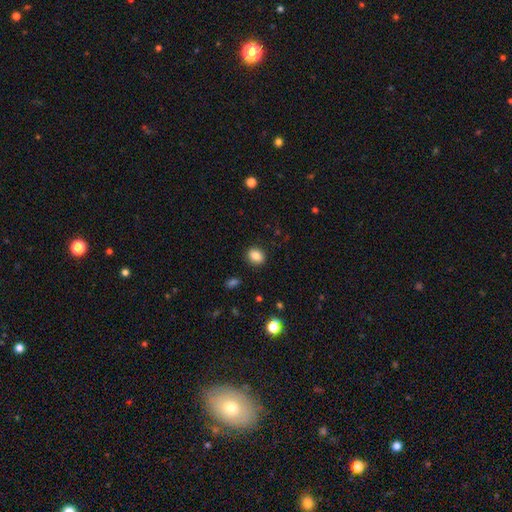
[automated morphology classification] Smooth or featured: smooth — 86% (star or artifact — 9%)
How rounded: round — 53% (in between — 46%)
Merging: none — 89% (minor disturbance — 7%)